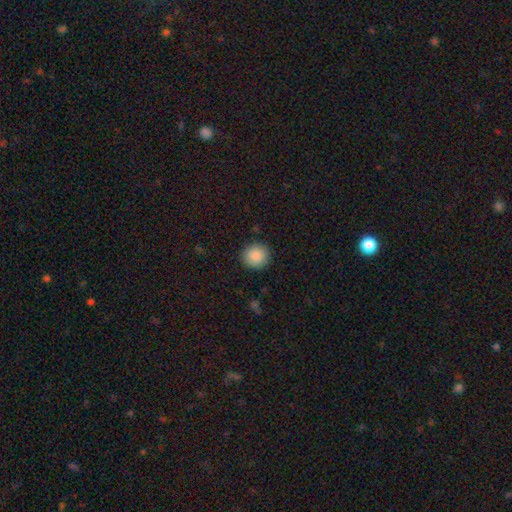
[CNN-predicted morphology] Q: Smooth or featured?
A: smooth (89%); runner-up: star or artifact (8%)
Q: How rounded?
A: round (92%); runner-up: in between (7%)
Q: Merging?
A: none (91%); runner-up: minor disturbance (6%)